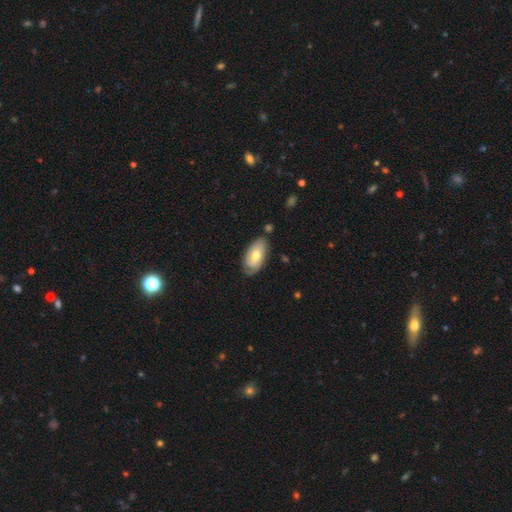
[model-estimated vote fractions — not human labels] Morphology: type=smooth (53%); roundness=in between (92%); merging=none (69%).